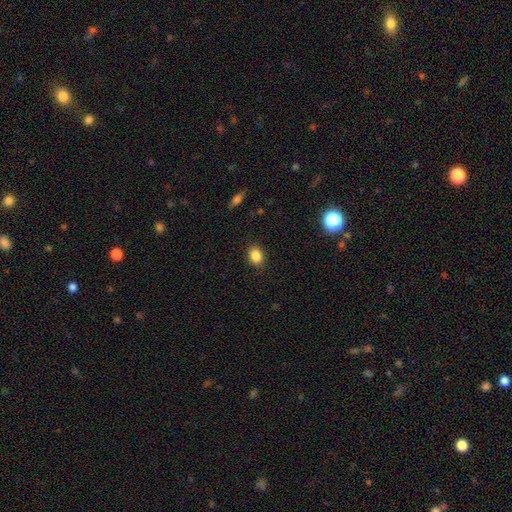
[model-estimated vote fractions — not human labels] The model was most divided on "how rounded": in between: 65%, round: 34%, cigar-shaped: 1%. More confident: merging — none (88%); smooth or featured — smooth (86%).